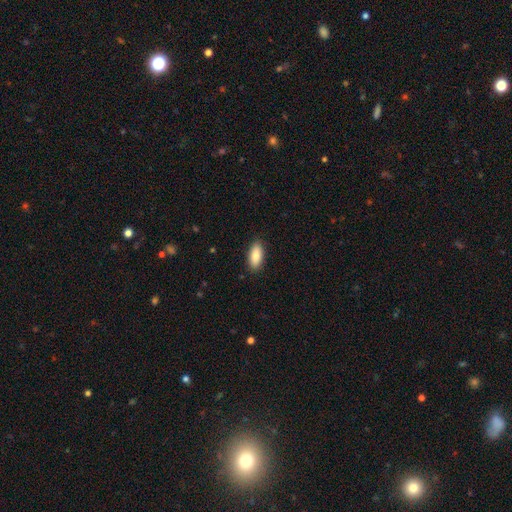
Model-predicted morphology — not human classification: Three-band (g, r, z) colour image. It shows a smooth galaxy with no disk features (89%) that is in between round and cigar-shaped (88%). Merging: none (89%).